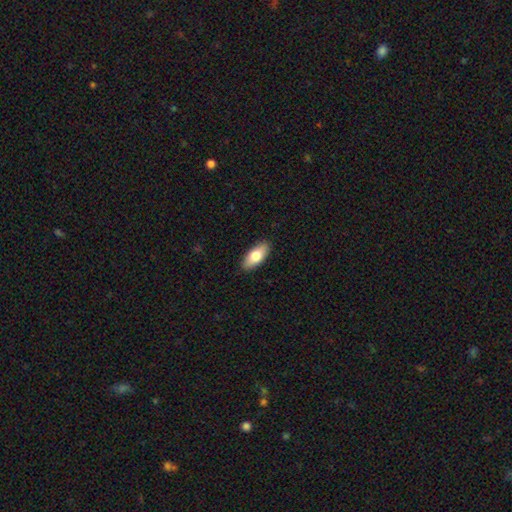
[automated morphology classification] This appears to be a smooth galaxy with no disk features (77%) that is in between round and cigar-shaped (85%). Merging: none (89%).